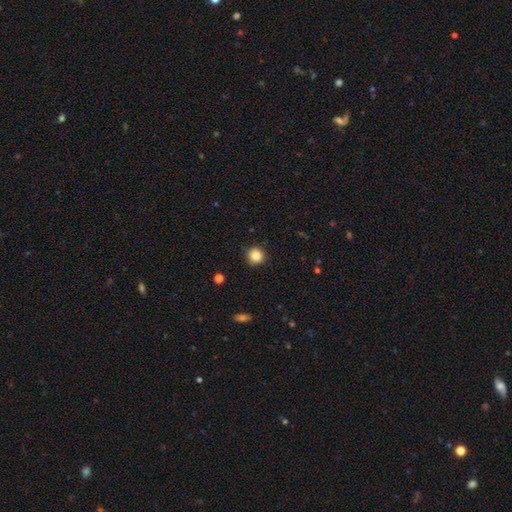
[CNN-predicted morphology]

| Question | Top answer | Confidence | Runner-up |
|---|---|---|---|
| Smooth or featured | smooth | 86% | star or artifact (10%) |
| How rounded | round | 92% | in between (7%) |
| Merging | none | 89% | minor disturbance (8%) |